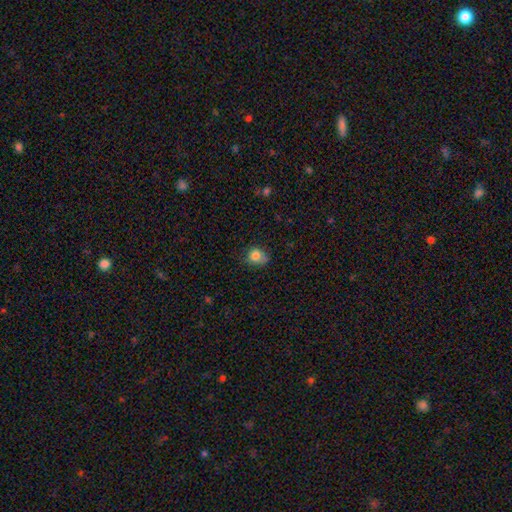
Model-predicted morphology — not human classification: The model was most divided on "merging": none: 55%, minor disturbance: 32%, major disturbance: 9%, merger: 4%. More confident: smooth or featured — smooth (81%); how rounded — round (65%).